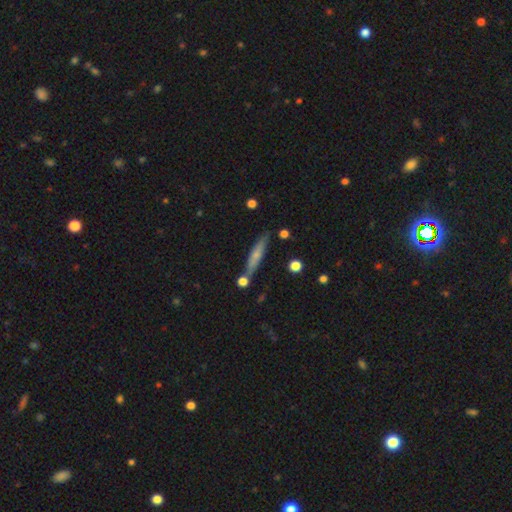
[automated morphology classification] This appears to be a smooth galaxy with no disk features (56%) that is cigar-shaped (88%). Merging: none (76%).